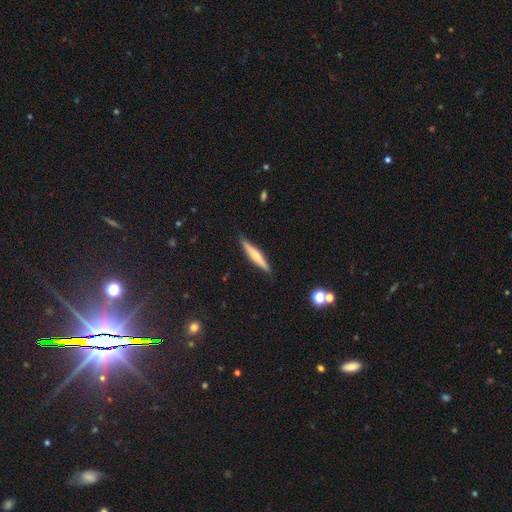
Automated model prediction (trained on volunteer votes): smooth-or-featured: featured or disk: 52% | smooth: 42% | star or artifact: 6%
  disk-edge-on: yes: 96% | no: 4%
    edge-on-bulge: rounded: 70% | none: 20% | boxy: 10%
  merging: none: 87% | minor disturbance: 10% | major disturbance: 2% | merger: 1%